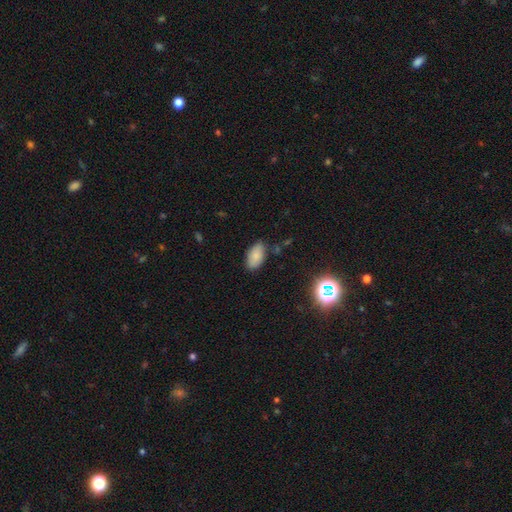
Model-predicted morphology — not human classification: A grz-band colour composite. It shows a smooth galaxy with no disk features (83%) that is in between round and cigar-shaped (93%). Merging: none (80%).